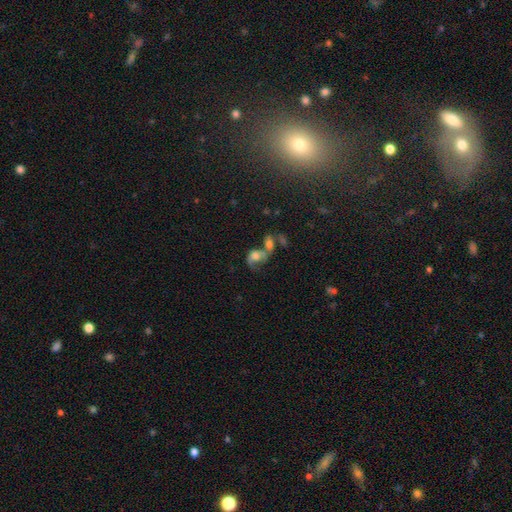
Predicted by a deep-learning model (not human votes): A featured or disk galaxy (45%). Merging: merger (60%).